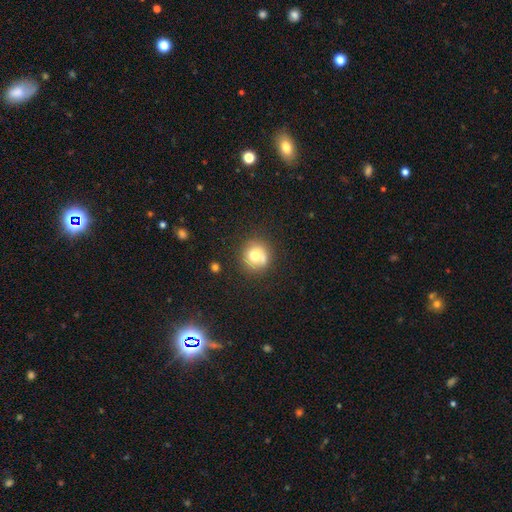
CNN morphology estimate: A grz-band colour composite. It shows a smooth galaxy with no disk features (72%) that is round (92%). Merging: none (71%).